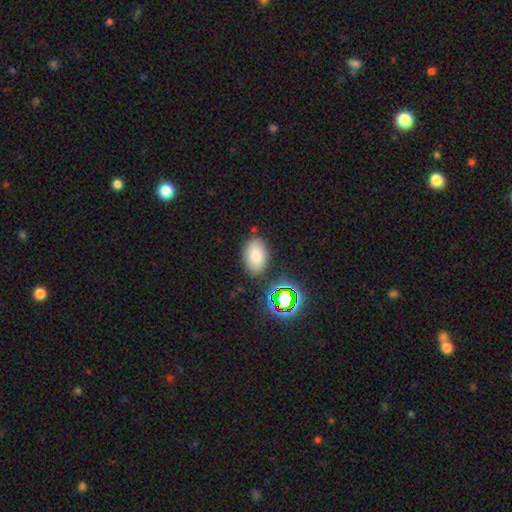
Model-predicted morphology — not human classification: Smooth or featured? Predicted: smooth (p=0.77). How rounded? Predicted: in between (p=0.87). Merging? Predicted: none (p=0.82).